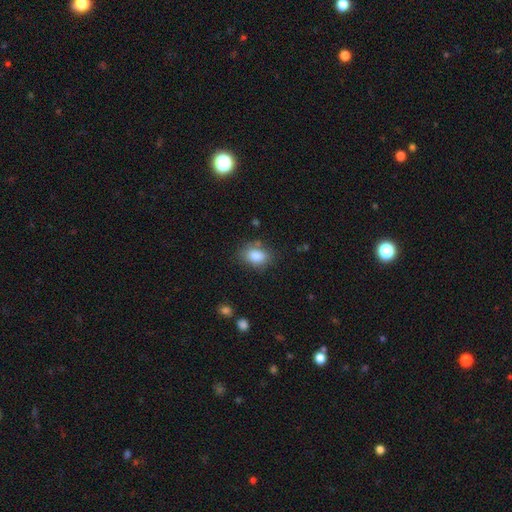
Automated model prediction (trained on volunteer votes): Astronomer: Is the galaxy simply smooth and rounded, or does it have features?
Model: smooth — 84%.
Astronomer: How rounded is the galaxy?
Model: in between — 77%.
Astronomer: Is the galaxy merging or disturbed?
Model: none — 72%.